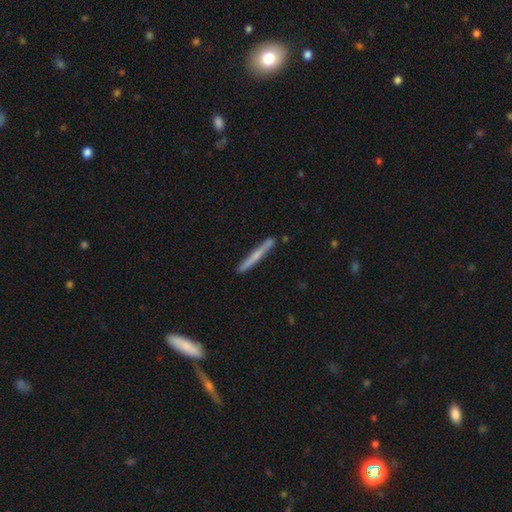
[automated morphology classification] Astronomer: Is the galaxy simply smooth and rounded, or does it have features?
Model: smooth — 51% (runner-up: featured or disk, 43%).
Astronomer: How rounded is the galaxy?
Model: cigar-shaped — 96%.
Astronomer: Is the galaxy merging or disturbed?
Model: none — 85%.